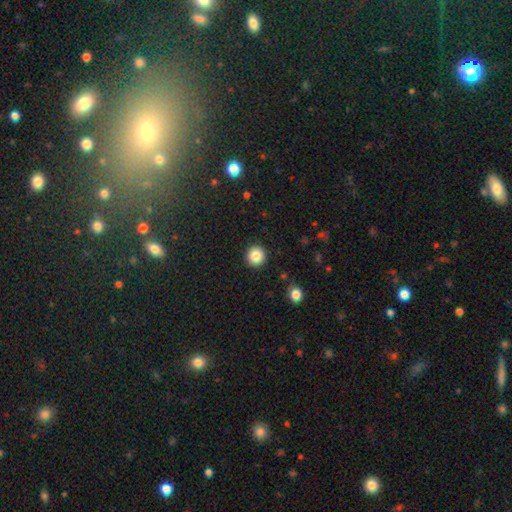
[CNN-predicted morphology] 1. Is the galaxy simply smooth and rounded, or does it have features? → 86% smooth, 9% star or artifact, 5% featured or disk.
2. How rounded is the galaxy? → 93% round, 6% in between, 1% cigar-shaped.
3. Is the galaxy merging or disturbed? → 91% none, 6% minor disturbance, 2% major disturbance, 1% merger.